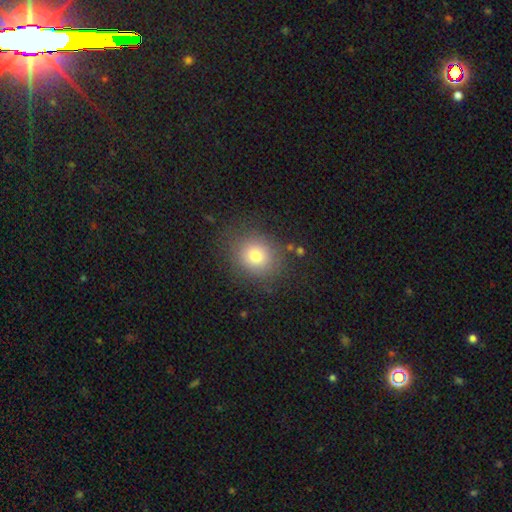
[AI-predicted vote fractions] Smooth or featured? smooth (78%)
How rounded? round (75%)
Merging? none (82%)